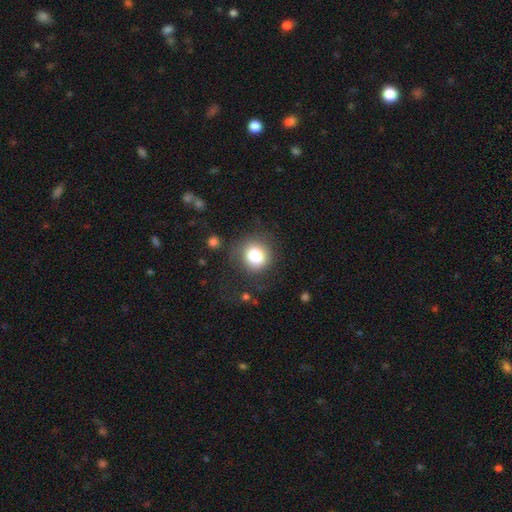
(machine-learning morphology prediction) A smooth galaxy with no disk features (83%) that is round (84%).

Vote fractions:
- Smooth or featured? smooth: 83% / star or artifact: 10% / featured or disk: 7%
- How rounded? round: 84% / in between: 15% / cigar-shaped: 1%
- Merging? none: 72% / minor disturbance: 16% / major disturbance: 9% / merger: 3%